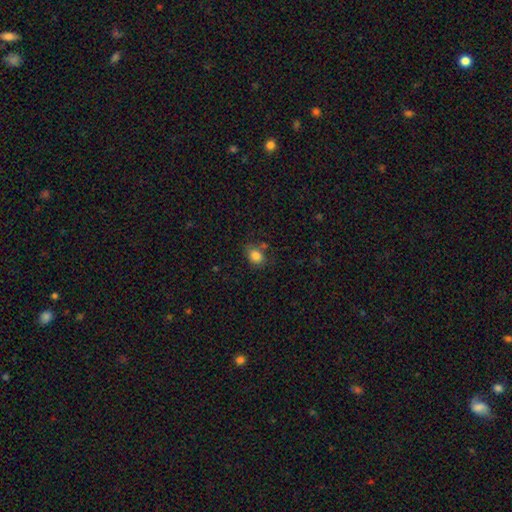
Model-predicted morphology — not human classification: A smooth galaxy with no disk features (83%) that is in between round and cigar-shaped (63%). Merging: none (63%).